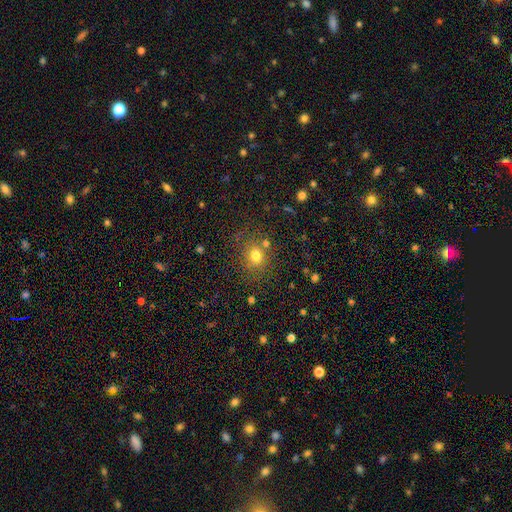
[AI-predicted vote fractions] A smooth galaxy with no disk features (74%) that is round (70%). Merging: none (74%).